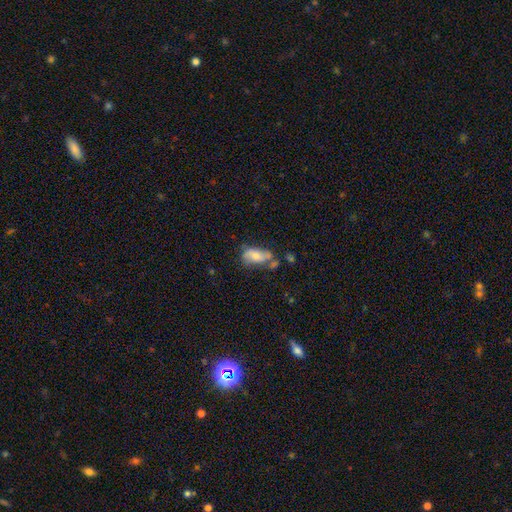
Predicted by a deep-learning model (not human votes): This appears to be a smooth galaxy with no disk features (64%) that is in between round and cigar-shaped (88%). Merging: none (38%).